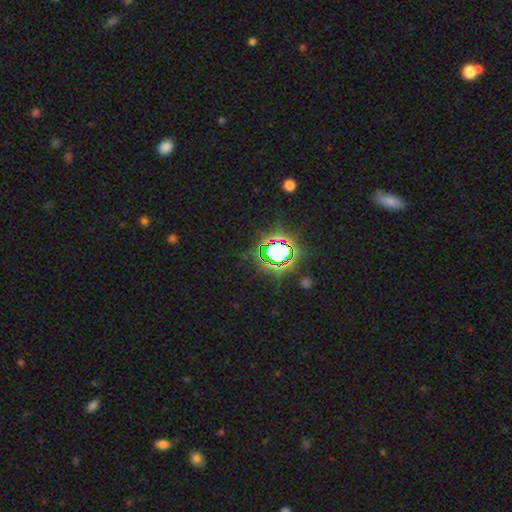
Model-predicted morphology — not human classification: Overall: star or artifact (79%).